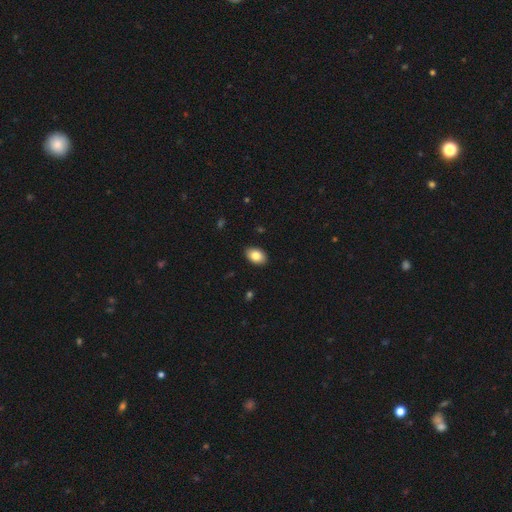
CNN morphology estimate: Smooth or featured? Predicted: smooth (p=0.84). How rounded? Predicted: in between (p=0.88). Merging? Predicted: none (p=0.90).